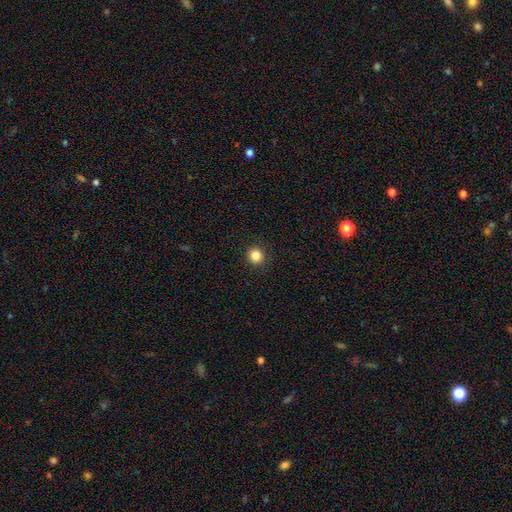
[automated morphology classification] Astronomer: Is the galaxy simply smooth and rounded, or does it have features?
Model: smooth — 85%.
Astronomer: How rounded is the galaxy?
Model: round — 93%.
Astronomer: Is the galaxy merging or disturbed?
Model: none — 92%.